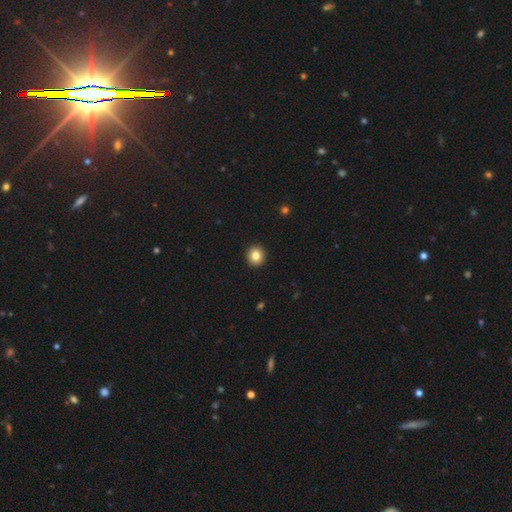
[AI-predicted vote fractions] smooth 84%, star or artifact 10%, featured or disk 7%. Down the decision tree: how rounded — round (92%); merging — none (93%).